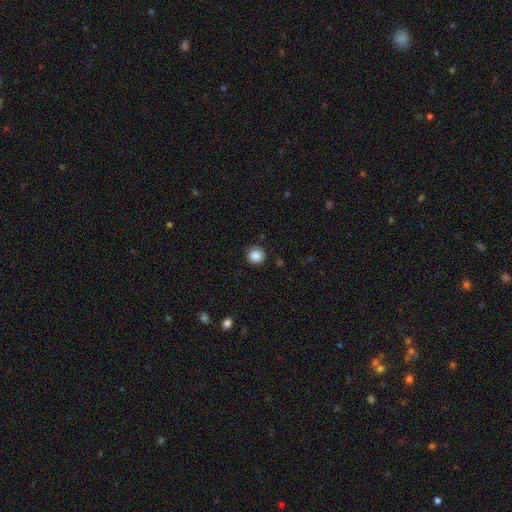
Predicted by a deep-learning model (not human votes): smooth_or_featured: smooth (p=0.87) [alt: star or artifact p=0.09]
how_rounded: round (p=0.93) [alt: in between p=0.06]
merging: none (p=0.88) [alt: minor disturbance p=0.09]